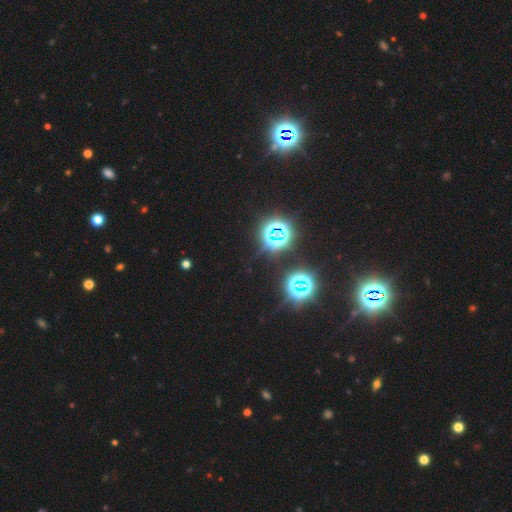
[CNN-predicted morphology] smooth-or-featured: star or artifact: 76% | smooth: 18% | featured or disk: 6%